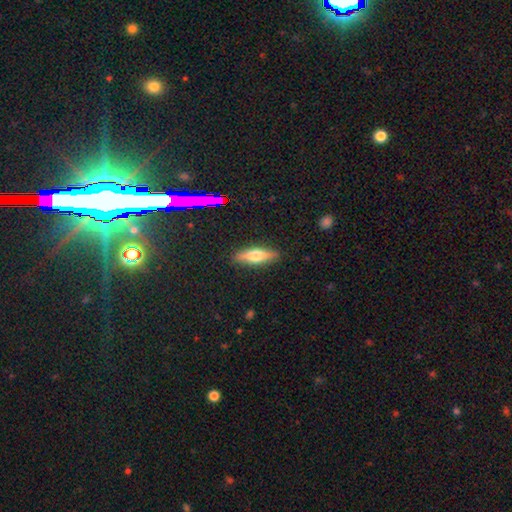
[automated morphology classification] smooth_or_featured: smooth (p=0.56) [alt: featured or disk p=0.36]
how_rounded: cigar-shaped (p=0.53) [alt: in between p=0.44]
merging: none (p=0.89) [alt: minor disturbance p=0.08]